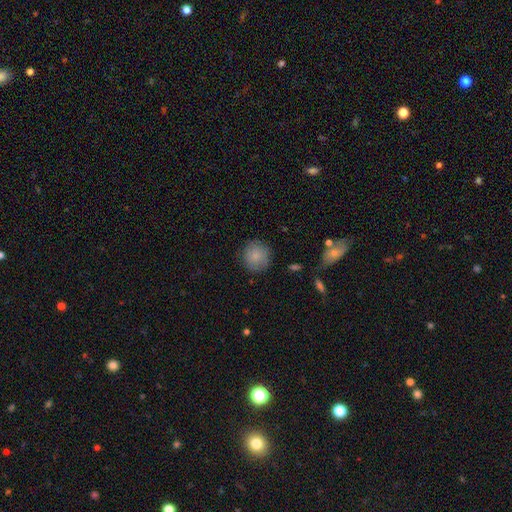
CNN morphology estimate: The model was most divided on "merging": none: 84%, minor disturbance: 12%, major disturbance: 3%, merger: 1%. More confident: how rounded — round (92%); smooth or featured — smooth (84%).